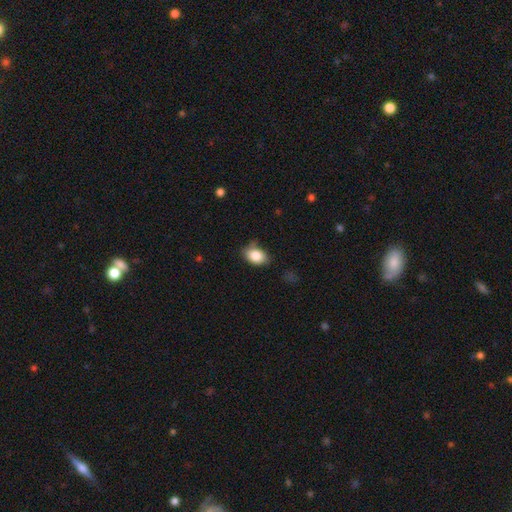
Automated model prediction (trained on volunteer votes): Smooth or featured? Predicted: smooth (p=0.85). How rounded? Predicted: in between (p=0.79). Merging? Predicted: none (p=0.65).